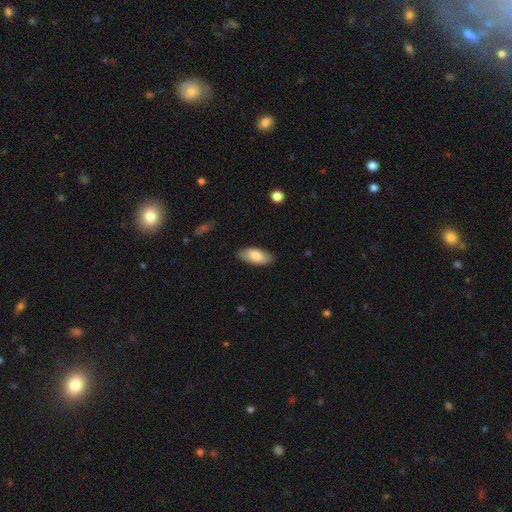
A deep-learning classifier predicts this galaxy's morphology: Overall: smooth (79%). How rounded: in between (88%). Merging: none (82%).